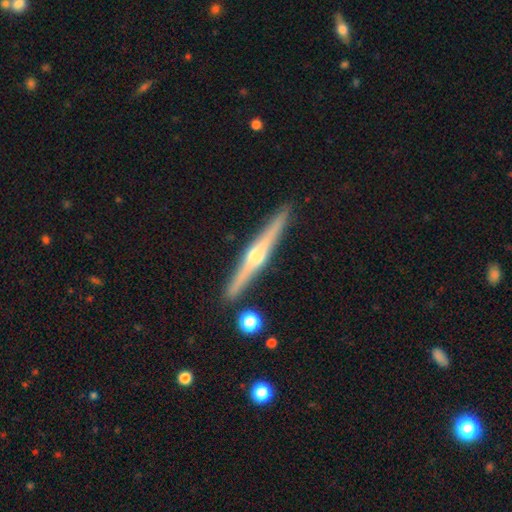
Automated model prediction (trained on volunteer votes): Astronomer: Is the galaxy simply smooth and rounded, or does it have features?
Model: featured or disk — 80%.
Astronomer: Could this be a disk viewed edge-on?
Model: yes — 98%.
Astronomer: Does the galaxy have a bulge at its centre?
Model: rounded — 90%.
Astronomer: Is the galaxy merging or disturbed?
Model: none — 91%.